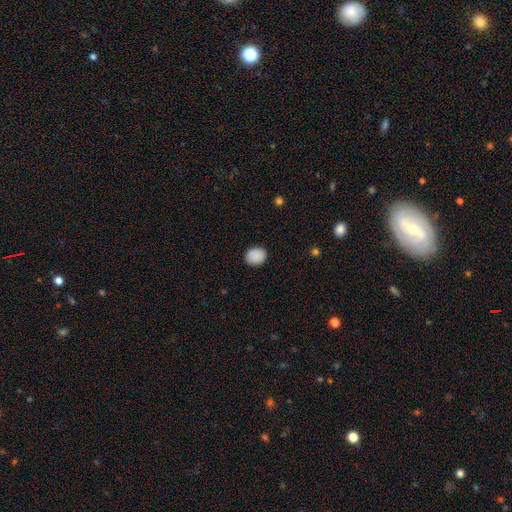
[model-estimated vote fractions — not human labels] smooth_or_featured: smooth (p=0.89) [alt: star or artifact p=0.08]
how_rounded: round (p=0.59) [alt: in between p=0.40]
merging: none (p=0.88) [alt: minor disturbance p=0.09]